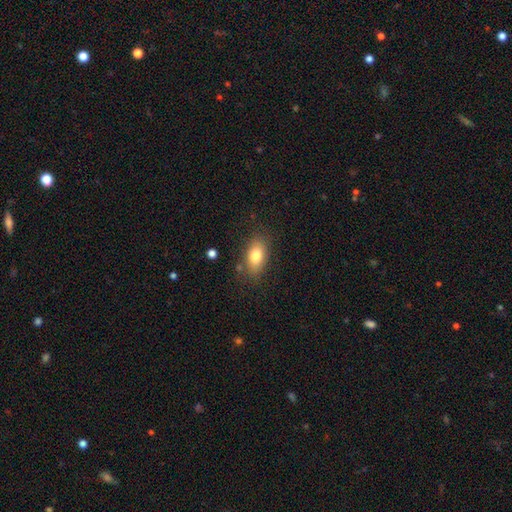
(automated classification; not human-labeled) A smooth galaxy with no disk features (80%) that is in between round and cigar-shaped (87%). Merging: none (80%).